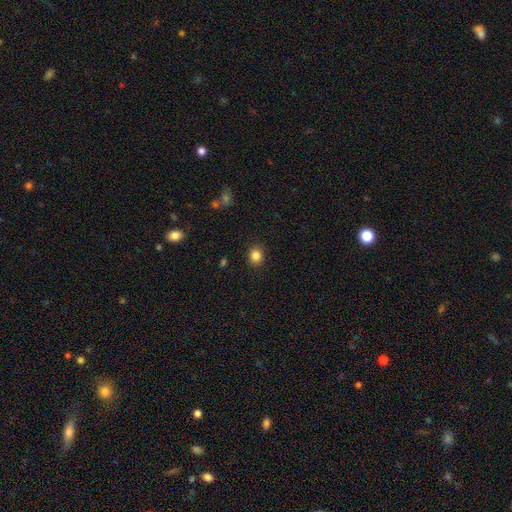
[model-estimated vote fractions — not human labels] smooth 84%, star or artifact 11%, featured or disk 5%. Down the decision tree: how rounded — round (74%); merging — none (89%).